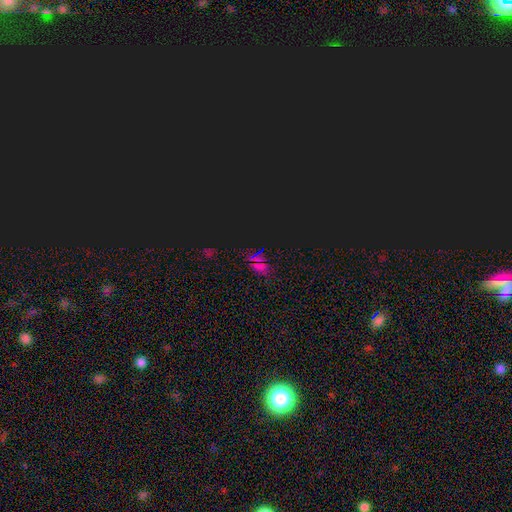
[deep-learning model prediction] This appears to be a star or artifact, not a galaxy (72%).